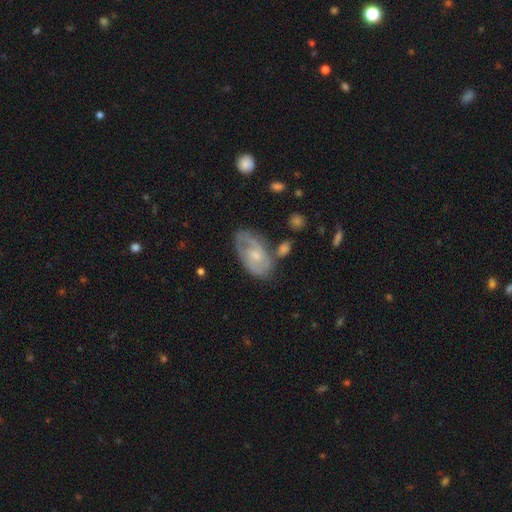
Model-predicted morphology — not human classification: Smooth or featured?
  - featured or disk: 68% *
  - smooth: 25%
  - star or artifact: 6%
Edge-on disk?
  - no: 95% *
  - yes: 5%
Bar?
  - no: 56% *
  - weak: 38%
  - strong: 6%
Spiral arms?
  - yes: 85% *
  - no: 15%
Spiral winding?
  - tight: 45% *
  - medium: 41%
  - loose: 14%
Spiral arm count?
  - 2: 56% *
  - can't tell: 27%
  - 1: 8%
  - 3: 6%
  - 4: 2%
  - more than 4: 2%
Bulge size?
  - small: 56% *
  - moderate: 35%
  - none: 6%
  - large: 2%
  - dominant: 1%
Merging?
  - none: 58% *
  - minor disturbance: 24%
  - major disturbance: 10%
  - merger: 8%